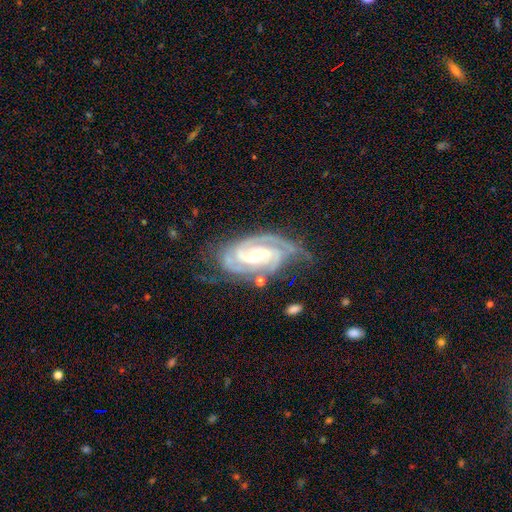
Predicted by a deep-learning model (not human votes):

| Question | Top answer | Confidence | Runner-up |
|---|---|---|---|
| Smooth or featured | featured or disk | 91% | star or artifact (5%) |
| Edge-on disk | no | 96% | yes (4%) |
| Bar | weak | 40% | strong (30%) |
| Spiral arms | yes | 98% | no (2%) |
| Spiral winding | tight | 64% | medium (31%) |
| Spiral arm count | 2 | 65% | 3 (18%) |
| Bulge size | moderate | 63% | small (30%) |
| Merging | none | 72% | minor disturbance (19%) |